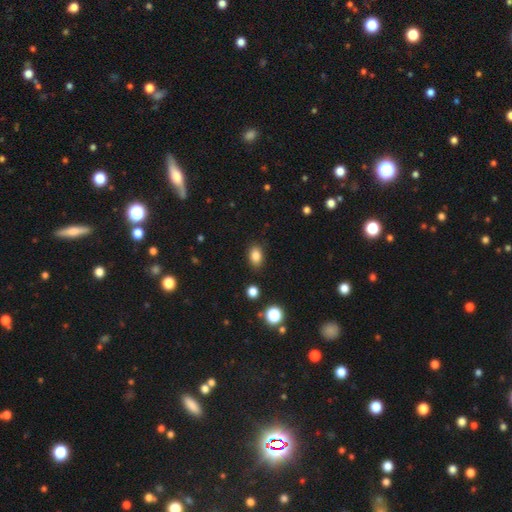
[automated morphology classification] smooth_or_featured: smooth (p=0.84) [alt: star or artifact p=0.11]
how_rounded: in between (p=0.80) [alt: round p=0.19]
merging: none (p=0.86) [alt: minor disturbance p=0.10]